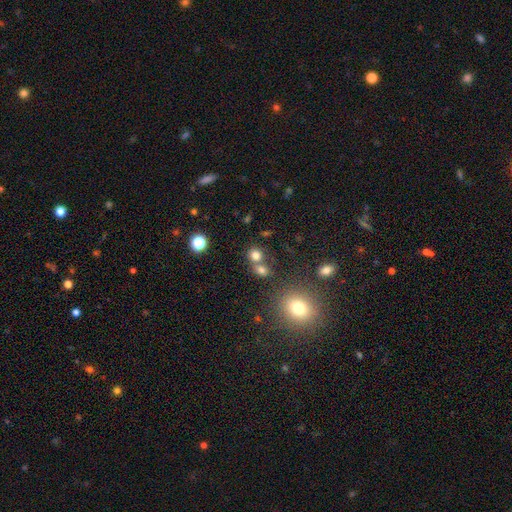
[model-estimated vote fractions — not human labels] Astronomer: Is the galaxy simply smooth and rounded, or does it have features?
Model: smooth — 76%.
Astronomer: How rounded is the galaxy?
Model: round — 77%.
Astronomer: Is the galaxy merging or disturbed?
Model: none — 53% (runner-up: merger, 35%).